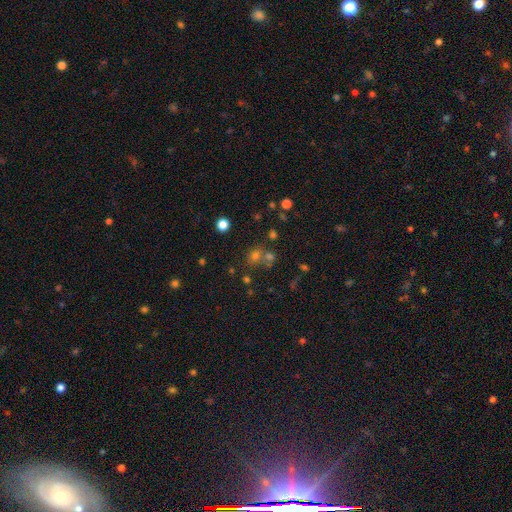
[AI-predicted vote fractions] This is possibly a smooth galaxy (55%). How rounded: likely round (78%). Merging: possibly none (57%).